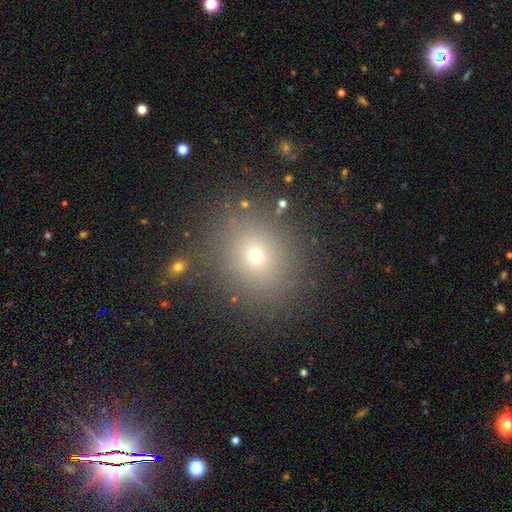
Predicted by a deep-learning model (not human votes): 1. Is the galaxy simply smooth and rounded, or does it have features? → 68% smooth, 21% star or artifact, 11% featured or disk.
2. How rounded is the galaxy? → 69% round, 30% in between, 1% cigar-shaped.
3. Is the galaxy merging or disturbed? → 84% none, 9% minor disturbance, 4% major disturbance, 3% merger.